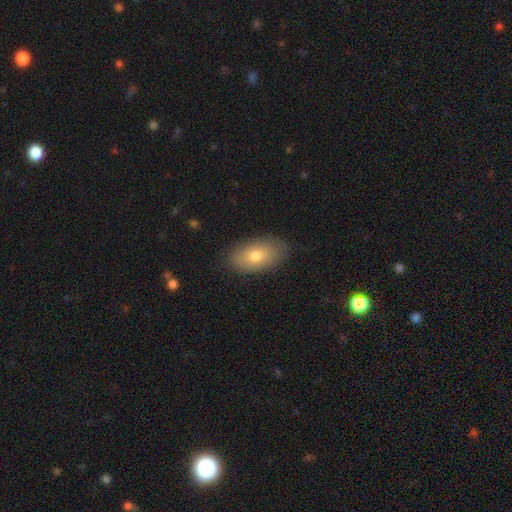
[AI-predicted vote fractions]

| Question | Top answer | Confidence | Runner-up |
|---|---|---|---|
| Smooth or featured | smooth | 71% | featured or disk (20%) |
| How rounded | in between | 92% | round (5%) |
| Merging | none | 86% | minor disturbance (11%) |